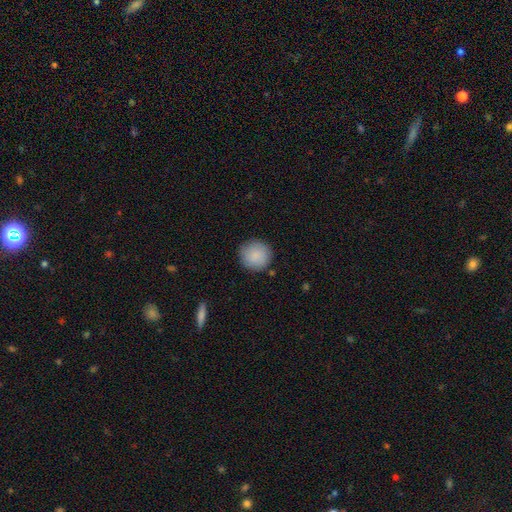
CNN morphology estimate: Q: Smooth or featured?
A: smooth (89%); runner-up: star or artifact (7%)
Q: How rounded?
A: round (95%); runner-up: in between (4%)
Q: Merging?
A: none (89%); runner-up: minor disturbance (8%)